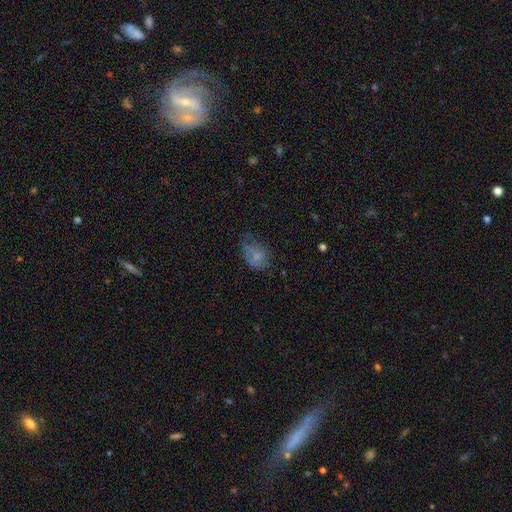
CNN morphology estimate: smooth-or-featured: smooth: 66% | featured or disk: 21% | star or artifact: 13%
  how-rounded: in between: 77% | round: 22% | cigar-shaped: 1%
  merging: none: 39% | minor disturbance: 33% | major disturbance: 25% | merger: 4%